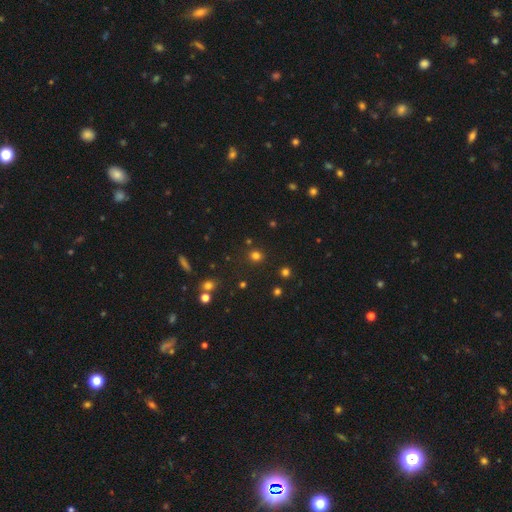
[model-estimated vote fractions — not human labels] smooth 74%, star or artifact 21%, featured or disk 5%. Down the decision tree: how rounded — round (85%); merging — none (86%).